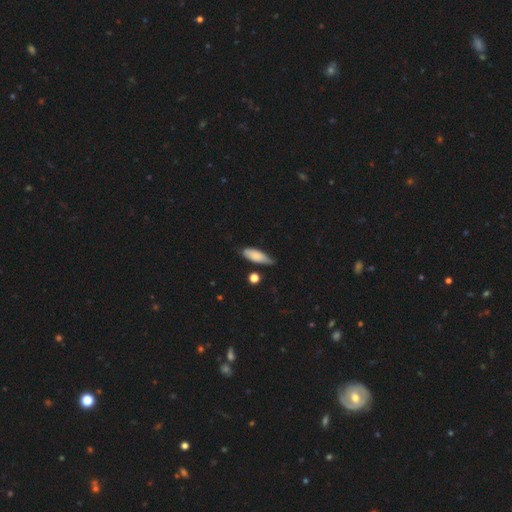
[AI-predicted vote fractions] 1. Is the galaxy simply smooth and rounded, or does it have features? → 80% smooth, 13% featured or disk, 7% star or artifact.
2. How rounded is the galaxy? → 62% in between, 35% cigar-shaped, 2% round.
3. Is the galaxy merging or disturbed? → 56% none, 34% minor disturbance, 6% major disturbance, 4% merger.